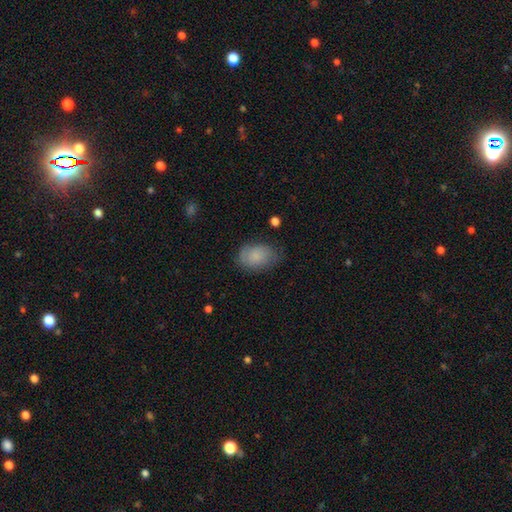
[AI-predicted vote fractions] Smooth or featured? Predicted: smooth (p=0.77). How rounded? Predicted: in between (p=0.83). Merging? Predicted: none (p=0.68).